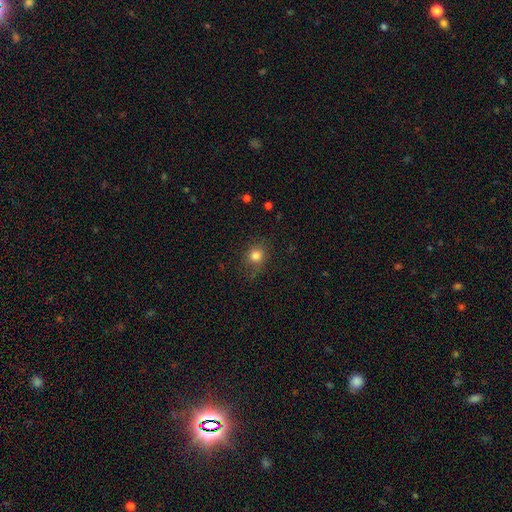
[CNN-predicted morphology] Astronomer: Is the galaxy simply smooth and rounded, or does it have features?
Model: smooth — 81%.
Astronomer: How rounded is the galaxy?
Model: round — 77%.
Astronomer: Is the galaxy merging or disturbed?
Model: none — 77%.